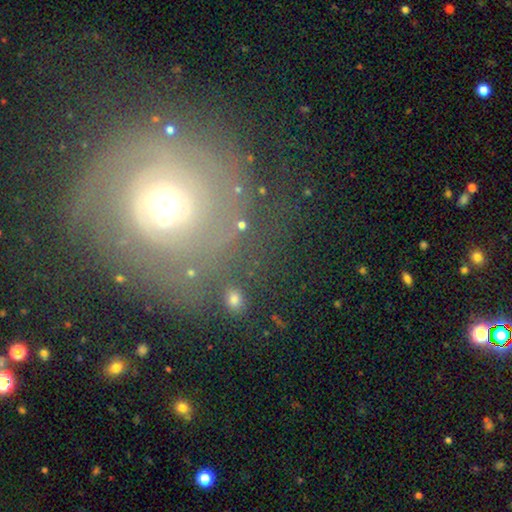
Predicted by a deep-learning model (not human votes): Q: Smooth or featured?
A: featured or disk (62%); runner-up: smooth (23%)
Q: Edge-on disk?
A: no (96%); runner-up: yes (4%)
Q: Bar?
A: no (81%); runner-up: weak (14%)
Q: Spiral arms?
A: yes (70%); runner-up: no (30%)
Q: Bulge size?
A: moderate (65%); runner-up: small (17%)
Q: Merging?
A: none (69%); runner-up: minor disturbance (14%)